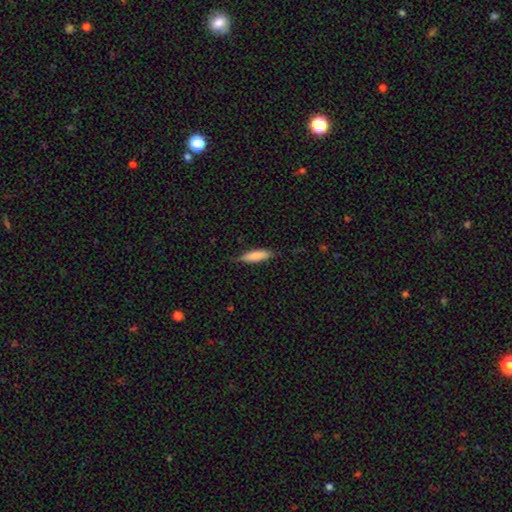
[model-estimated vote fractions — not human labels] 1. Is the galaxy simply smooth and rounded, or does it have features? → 83% smooth, 11% featured or disk, 6% star or artifact.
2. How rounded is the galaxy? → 62% cigar-shaped, 36% in between, 2% round.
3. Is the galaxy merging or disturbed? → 77% none, 19% minor disturbance, 3% major disturbance, 1% merger.